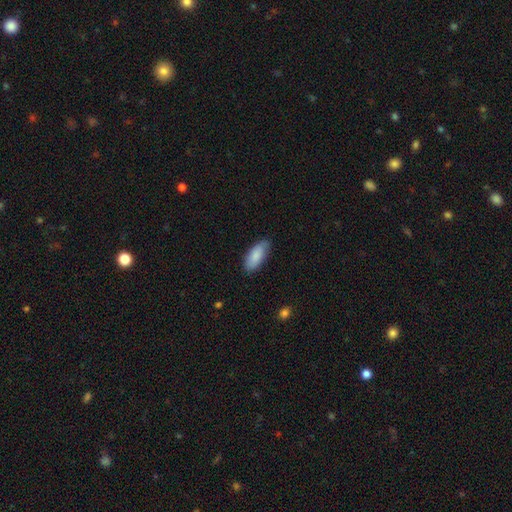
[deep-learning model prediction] smooth_or_featured: smooth (p=0.84) [alt: featured or disk p=0.10]
how_rounded: in between (p=0.86) [alt: cigar-shaped p=0.12]
merging: none (p=0.79) [alt: minor disturbance p=0.17]